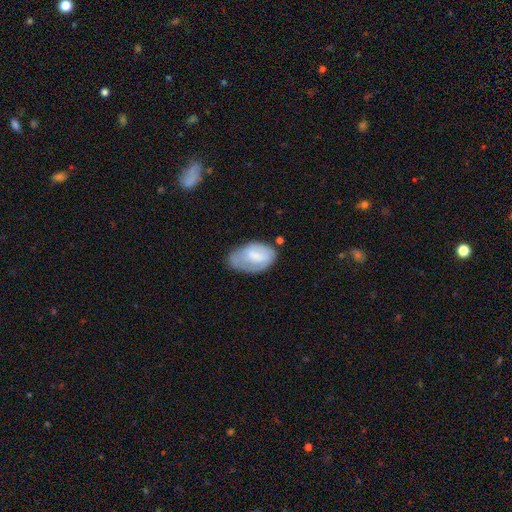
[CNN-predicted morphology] Smooth or featured? Predicted: smooth (p=0.64). How rounded? Predicted: in between (p=0.91). Merging? Predicted: none (p=0.40).